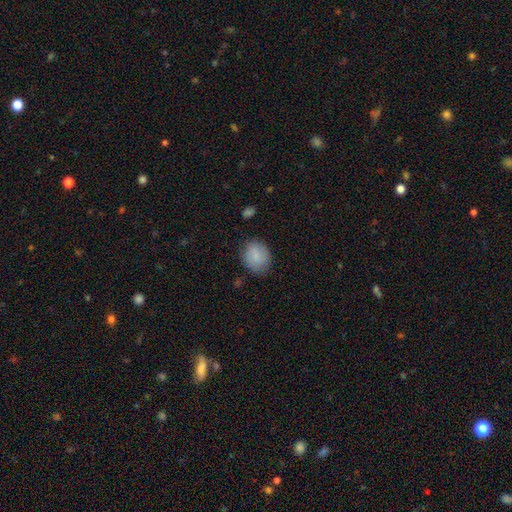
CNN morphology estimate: Smooth or featured: smooth — 84% (featured or disk — 9%)
How rounded: round — 54% (in between — 45%)
Merging: none — 77% (minor disturbance — 17%)